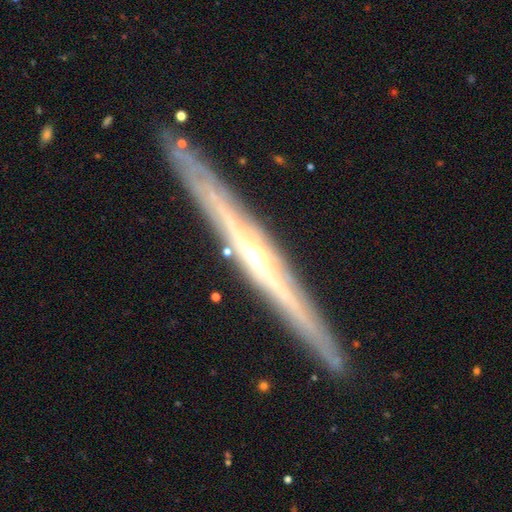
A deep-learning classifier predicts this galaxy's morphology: Smooth or featured? Predicted: featured or disk (p=0.86). Edge-on disk? Predicted: yes (p=0.97). Edge-on bulge? Predicted: rounded (p=0.81). Merging? Predicted: none (p=0.90).